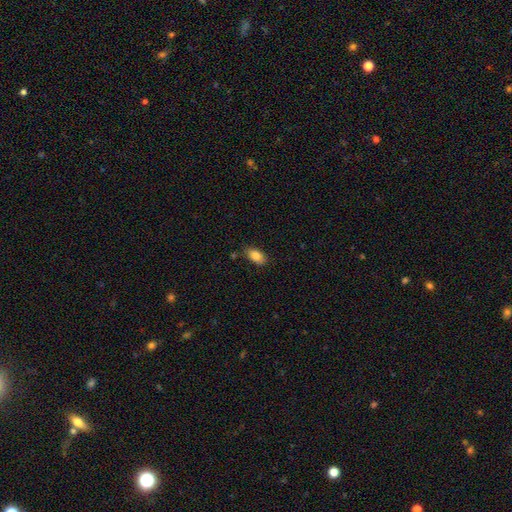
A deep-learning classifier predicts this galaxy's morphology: Smooth or featured? smooth (85%)
How rounded? in between (90%)
Merging? none (76%)